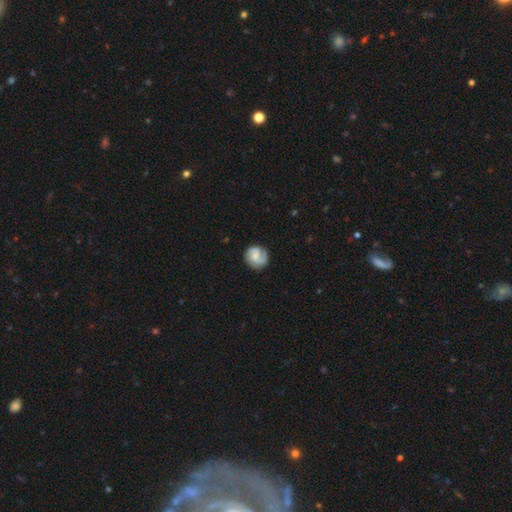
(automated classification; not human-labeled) A featured or disk galaxy (57%) with no bar (55%), 2 (54%) tight (41%) spiral arms (91%) and a small central bulge (39%). Merging: none (72%).